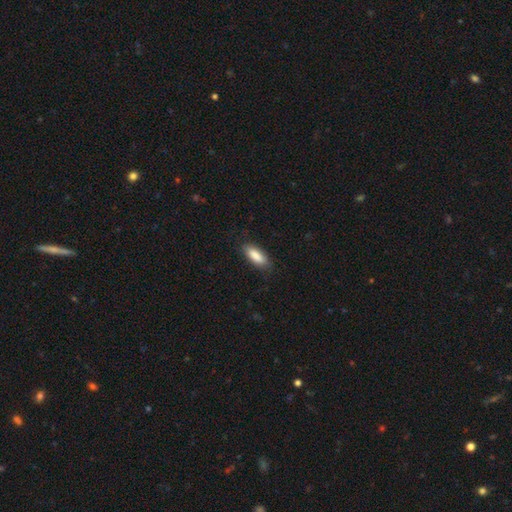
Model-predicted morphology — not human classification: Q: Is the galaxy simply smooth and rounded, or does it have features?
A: smooth — 86%.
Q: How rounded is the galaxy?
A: in between — 68%.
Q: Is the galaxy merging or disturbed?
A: none — 82%.